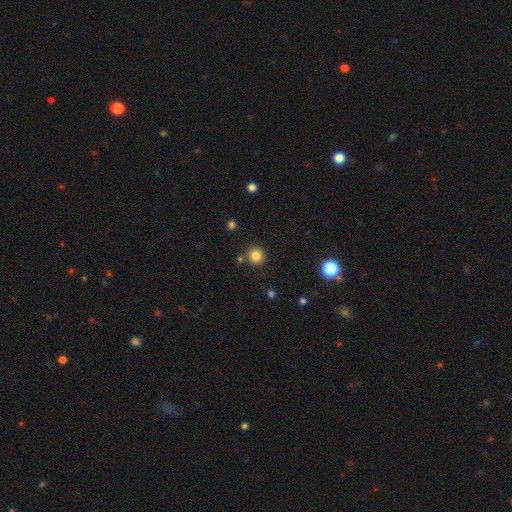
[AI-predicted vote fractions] A smooth galaxy with no disk features (81%) that is round (94%). Merging: none (86%).